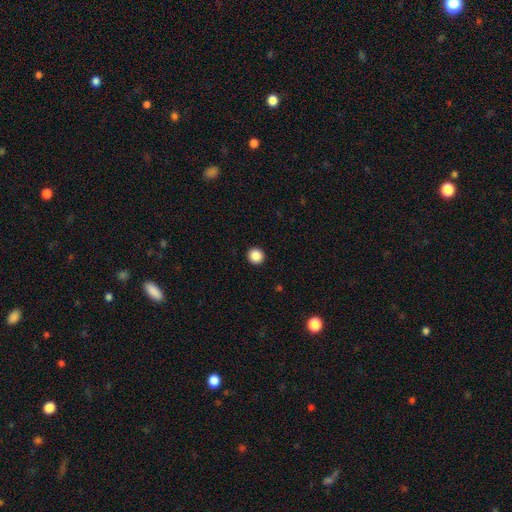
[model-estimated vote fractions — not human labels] Overall: smooth (88%). How rounded: round (94%). Merging: none (94%).